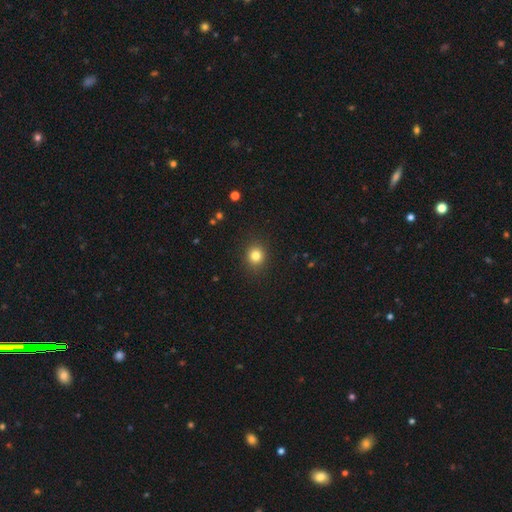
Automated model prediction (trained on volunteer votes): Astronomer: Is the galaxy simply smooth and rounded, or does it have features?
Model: smooth — 82%.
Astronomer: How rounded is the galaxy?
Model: round — 82%.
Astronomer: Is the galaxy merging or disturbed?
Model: none — 90%.